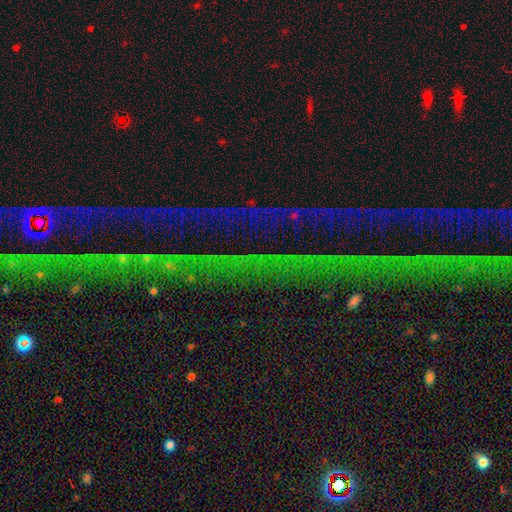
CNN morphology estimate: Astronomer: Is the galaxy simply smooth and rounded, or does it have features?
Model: star or artifact — 83%.